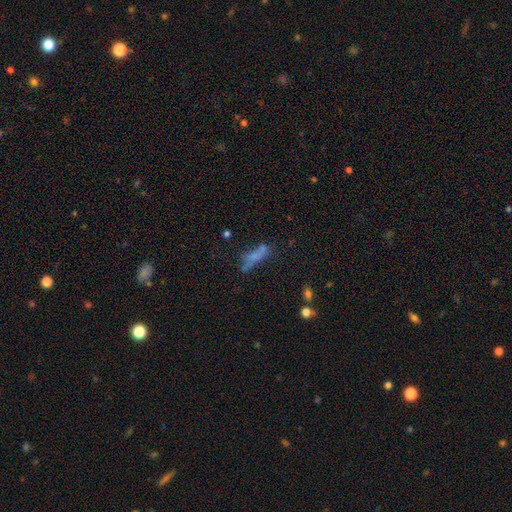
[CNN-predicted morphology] The model was most divided on "merging": none: 40%, minor disturbance: 21%, major disturbance: 21%, merger: 18%. More confident: how rounded — cigar-shaped (59%); smooth or featured — smooth (53%).